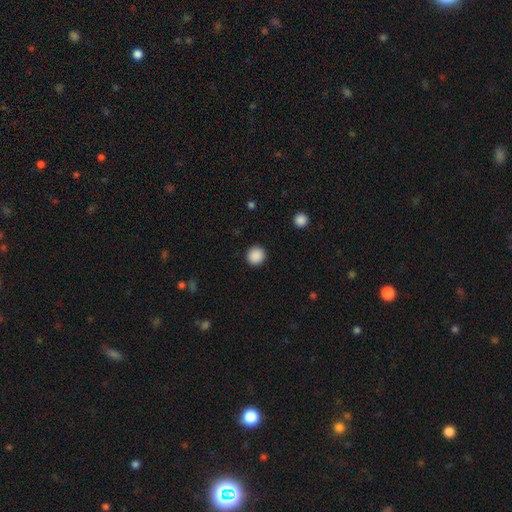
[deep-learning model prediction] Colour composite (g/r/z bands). It shows a smooth galaxy with no disk features (89%) that is round (93%). Merging: none (92%).